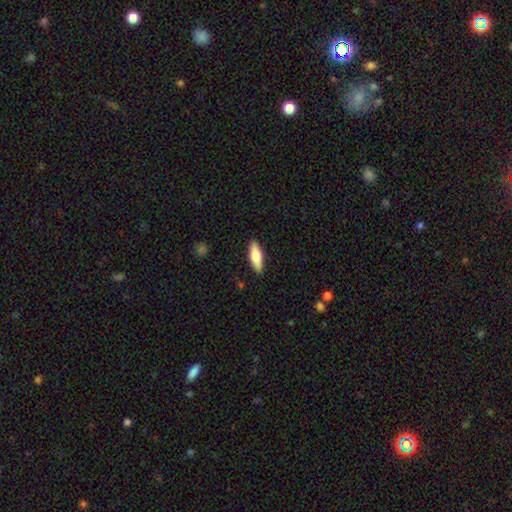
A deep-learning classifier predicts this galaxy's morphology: Q: Smooth or featured?
A: smooth (66%); runner-up: featured or disk (28%)
Q: How rounded?
A: in between (62%); runner-up: cigar-shaped (35%)
Q: Merging?
A: none (89%); runner-up: minor disturbance (8%)